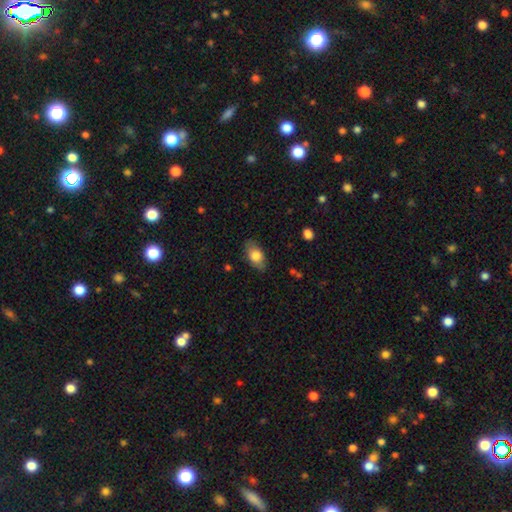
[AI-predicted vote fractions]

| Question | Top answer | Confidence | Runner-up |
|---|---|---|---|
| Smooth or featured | smooth | 78% | featured or disk (15%) |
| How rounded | in between | 90% | round (7%) |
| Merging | none | 83% | minor disturbance (13%) |